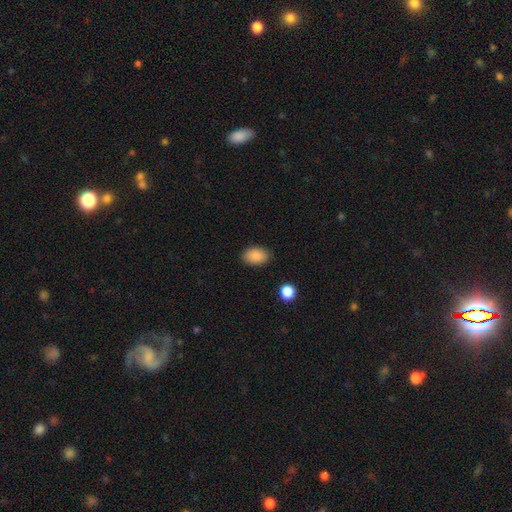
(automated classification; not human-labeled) smooth-or-featured: smooth: 88% | star or artifact: 8% | featured or disk: 4%
  how-rounded: in between: 84% | round: 15% | cigar-shaped: 1%
  merging: none: 85% | minor disturbance: 11% | major disturbance: 3% | merger: 1%